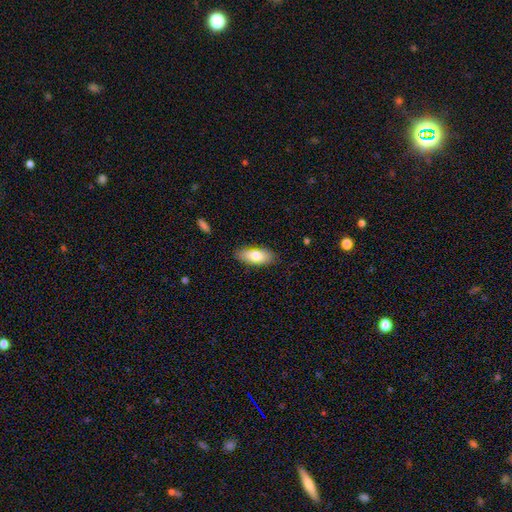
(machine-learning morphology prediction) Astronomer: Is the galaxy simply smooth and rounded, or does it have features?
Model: smooth — 79%.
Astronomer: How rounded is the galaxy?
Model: in between — 83%.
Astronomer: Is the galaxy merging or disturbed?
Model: none — 84%.